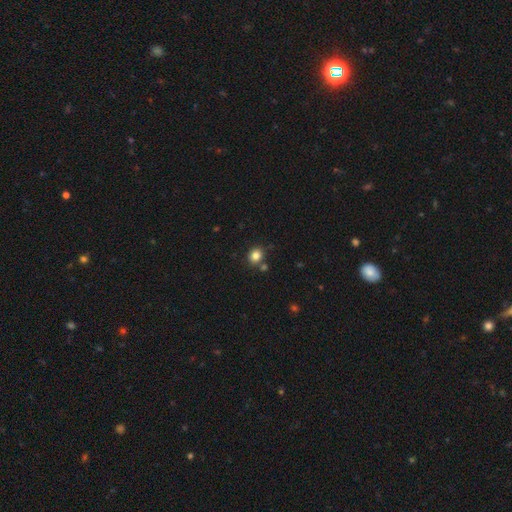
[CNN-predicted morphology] Q: Smooth or featured?
A: smooth (83%); runner-up: star or artifact (12%)
Q: How rounded?
A: round (77%); runner-up: in between (22%)
Q: Merging?
A: none (77%); runner-up: merger (10%)